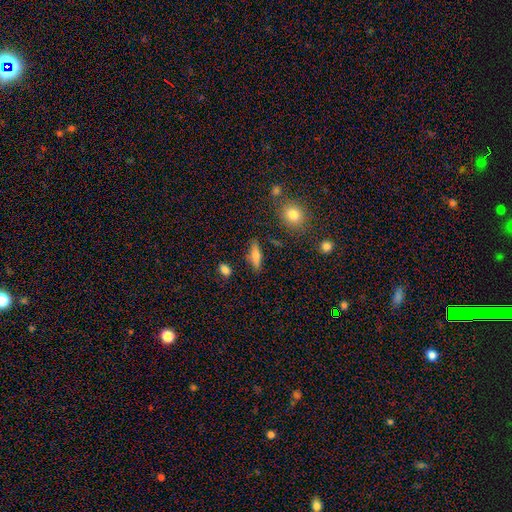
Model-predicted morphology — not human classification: Smooth or featured? Predicted: smooth (p=0.63). How rounded? Predicted: cigar-shaped (p=0.51). Merging? Predicted: none (p=0.83).